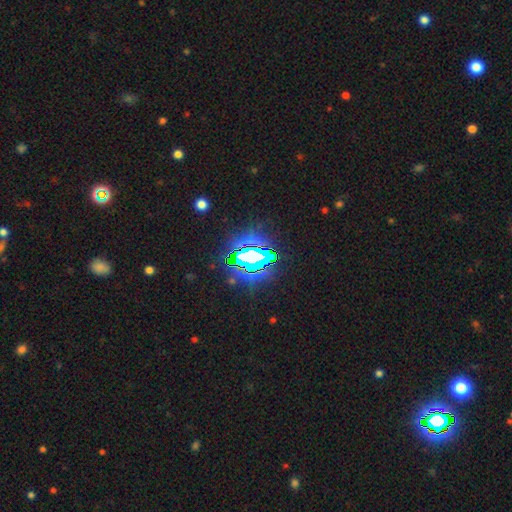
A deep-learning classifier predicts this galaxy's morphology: A star or artifact, not a galaxy (78%).

Vote fractions:
- Smooth or featured? star or artifact: 78% / smooth: 12% / featured or disk: 10%